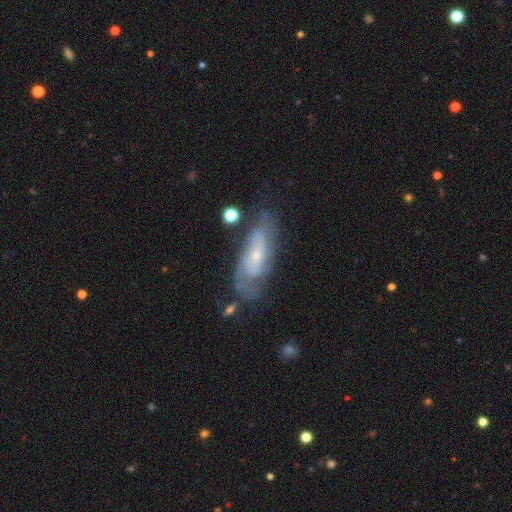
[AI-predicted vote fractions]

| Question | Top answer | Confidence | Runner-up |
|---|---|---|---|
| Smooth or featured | featured or disk | 74% | smooth (19%) |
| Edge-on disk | no | 88% | yes (12%) |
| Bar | no | 63% | weak (31%) |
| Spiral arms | yes | 89% | no (11%) |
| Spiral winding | tight | 45% | medium (39%) |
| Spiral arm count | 2 | 42% | can't tell (36%) |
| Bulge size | small | 68% | moderate (26%) |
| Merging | none | 63% | minor disturbance (22%) |